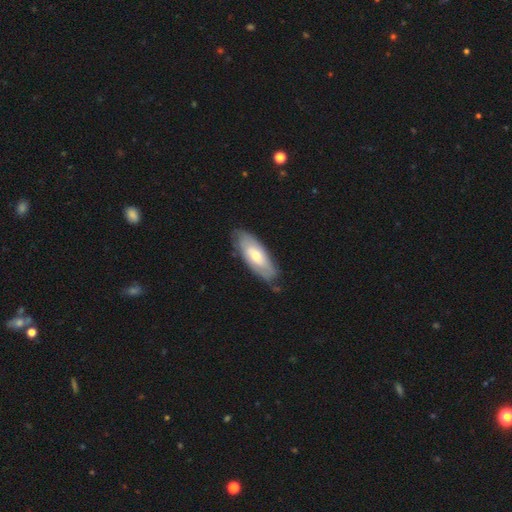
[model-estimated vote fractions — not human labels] Q: Smooth or featured?
A: featured or disk (48%); runner-up: smooth (47%)
Q: Merging?
A: none (75%); runner-up: minor disturbance (19%)